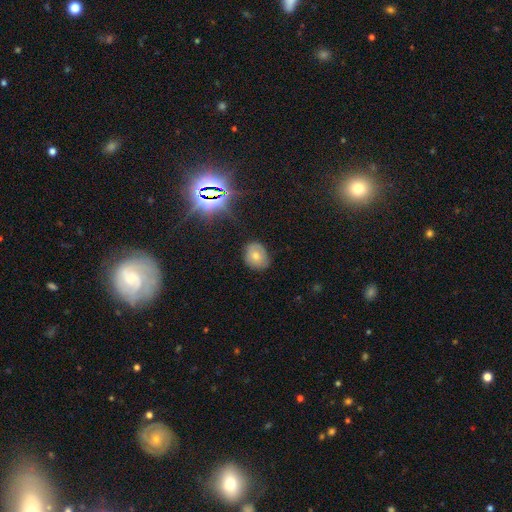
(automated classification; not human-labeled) A smooth galaxy with no disk features (64%) that is round (54%). Merging: none (76%).